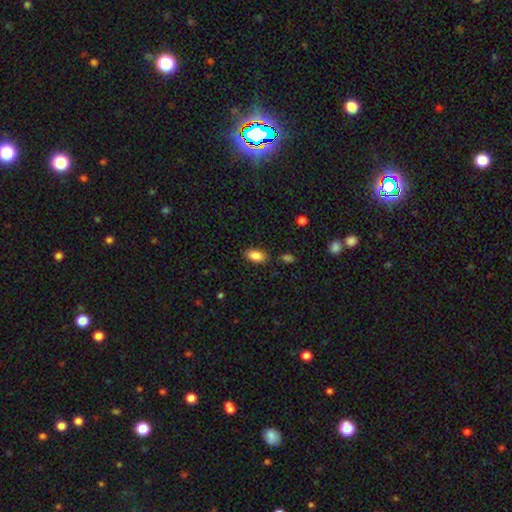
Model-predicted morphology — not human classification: Smooth or featured?
  - smooth: 87% *
  - star or artifact: 8%
  - featured or disk: 5%
How rounded?
  - in between: 91% *
  - cigar-shaped: 5%
  - round: 4%
Merging?
  - none: 82% *
  - minor disturbance: 12%
  - merger: 3%
  - major disturbance: 3%